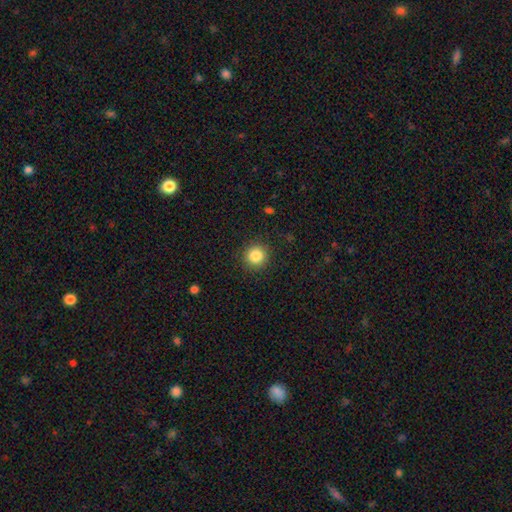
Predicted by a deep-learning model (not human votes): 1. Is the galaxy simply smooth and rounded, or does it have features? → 85% smooth, 10% star or artifact, 5% featured or disk.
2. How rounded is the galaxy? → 94% round, 5% in between, 1% cigar-shaped.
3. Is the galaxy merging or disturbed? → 90% none, 7% minor disturbance, 2% major disturbance, 1% merger.